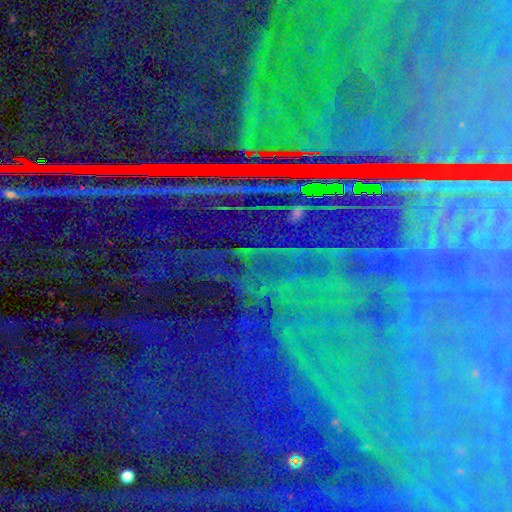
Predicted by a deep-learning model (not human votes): smooth-or-featured: star or artifact: 86% | featured or disk: 8% | smooth: 6%